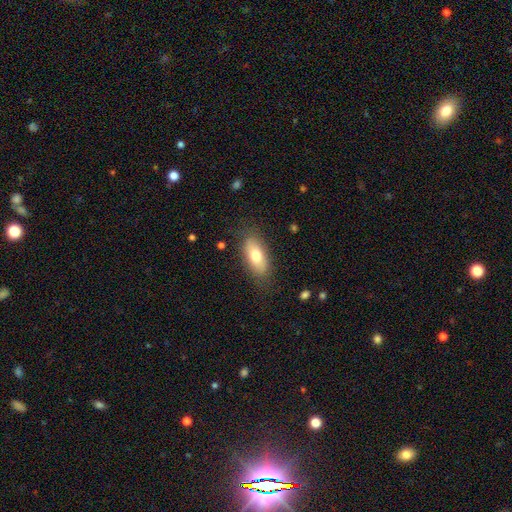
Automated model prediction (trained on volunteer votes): smooth 74%, featured or disk 19%, star or artifact 7%. Down the decision tree: how rounded — in between (83%); merging — none (81%).